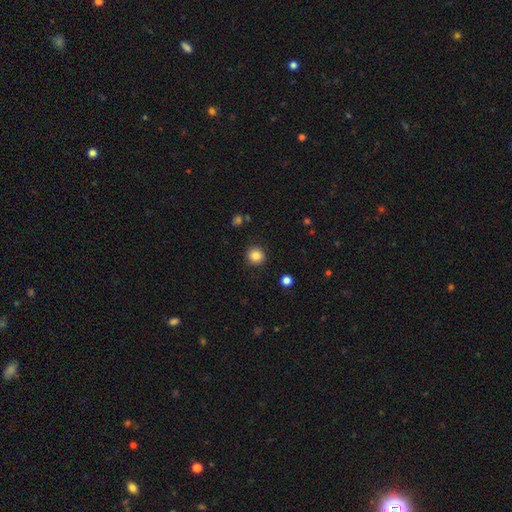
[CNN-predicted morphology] This appears to be a smooth galaxy with no disk features (85%) that is round (93%). Merging: none (91%).